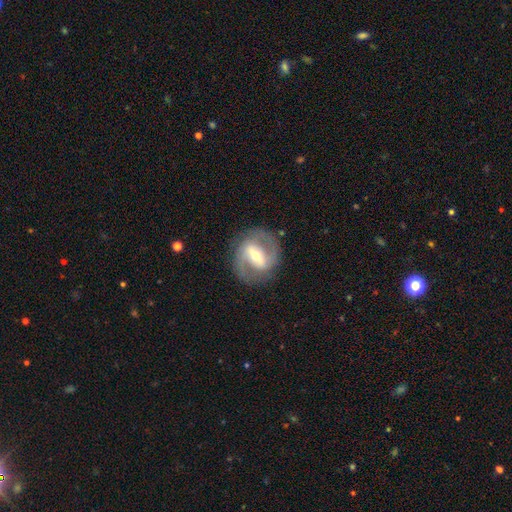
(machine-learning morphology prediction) A featured or disk galaxy (83%) with a strong bar (55%), 2 (87%) medium (49%) spiral arms (86%) and a moderate central bulge (57%). Merging: none (82%).